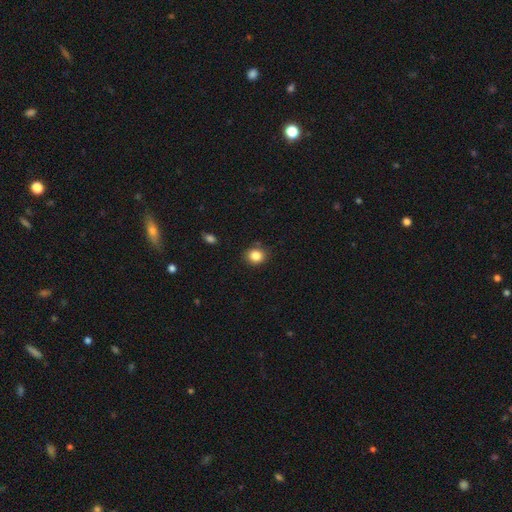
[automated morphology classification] type=smooth (85%); roundness=round (78%); merging=none (83%).